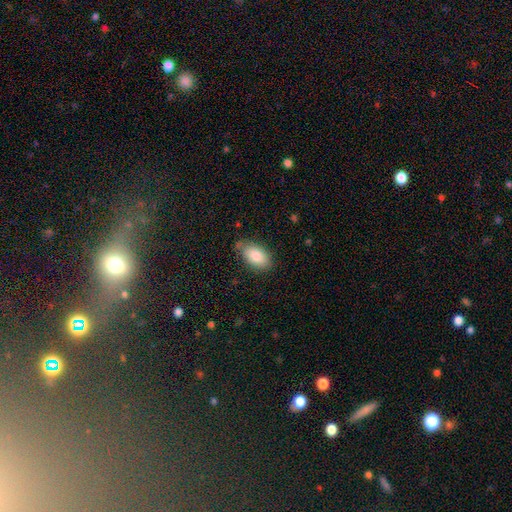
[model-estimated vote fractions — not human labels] smooth-or-featured: smooth: 85% | featured or disk: 8% | star or artifact: 7%
  how-rounded: in between: 93% | round: 5% | cigar-shaped: 2%
  merging: none: 73% | minor disturbance: 20% | major disturbance: 4% | merger: 3%